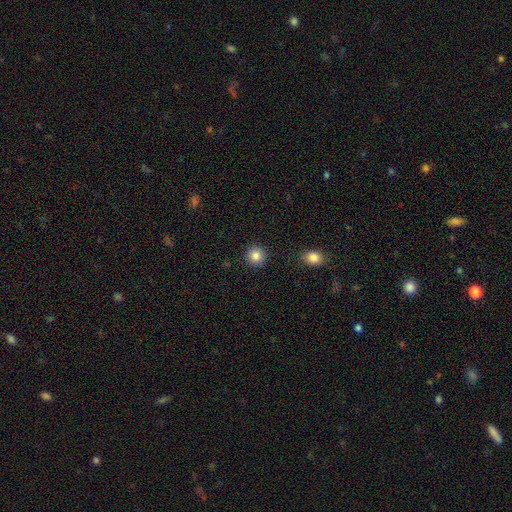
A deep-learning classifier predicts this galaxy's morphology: A smooth galaxy with no disk features (85%) that is round (94%).

Vote fractions:
- Smooth or featured? smooth: 85% / star or artifact: 10% / featured or disk: 5%
- How rounded? round: 94% / in between: 5% / cigar-shaped: 1%
- Merging? none: 91% / minor disturbance: 5% / major disturbance: 2% / merger: 1%